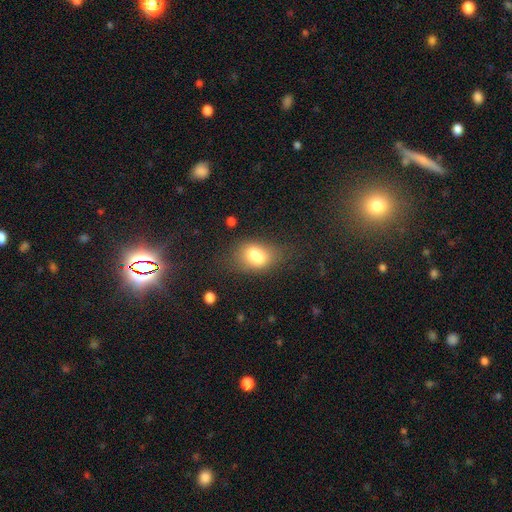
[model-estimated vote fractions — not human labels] This appears to be a smooth galaxy with no disk features (72%) that is in between round and cigar-shaped (78%). Merging: none (41%).